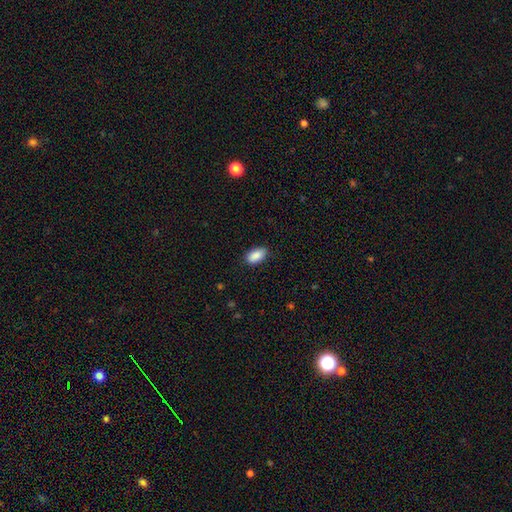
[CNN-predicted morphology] Smooth or featured? smooth (89%)
How rounded? in between (93%)
Merging? none (84%)